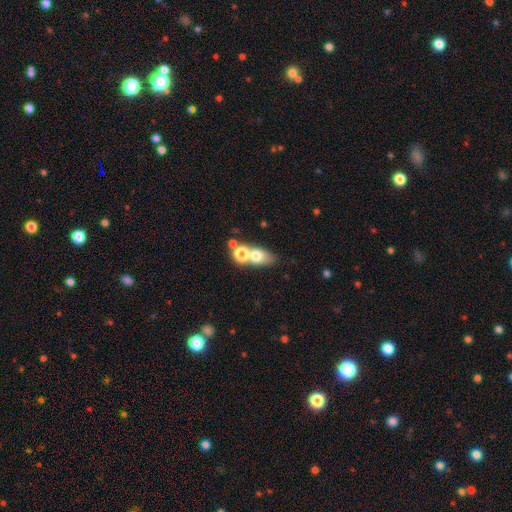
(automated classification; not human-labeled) Smooth or featured?
  - smooth: 67% *
  - featured or disk: 20%
  - star or artifact: 13%
How rounded?
  - in between: 61% *
  - round: 33%
  - cigar-shaped: 6%
Merging?
  - merger: 50% *
  - none: 34%
  - minor disturbance: 9%
  - major disturbance: 6%